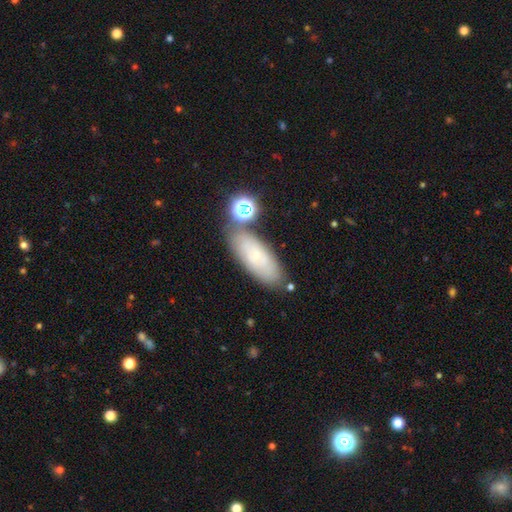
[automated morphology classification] smooth-or-featured: smooth: 55% | featured or disk: 35% | star or artifact: 10%
  how-rounded: in between: 74% | cigar-shaped: 22% | round: 4%
  merging: none: 72% | minor disturbance: 15% | merger: 9% | major disturbance: 4%